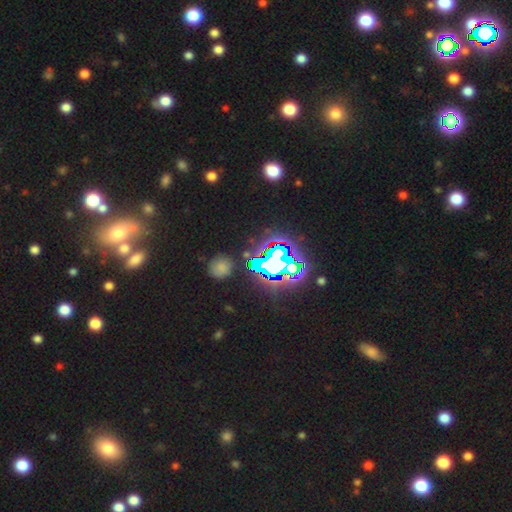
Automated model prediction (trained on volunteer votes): Smooth or featured? star or artifact (80%)